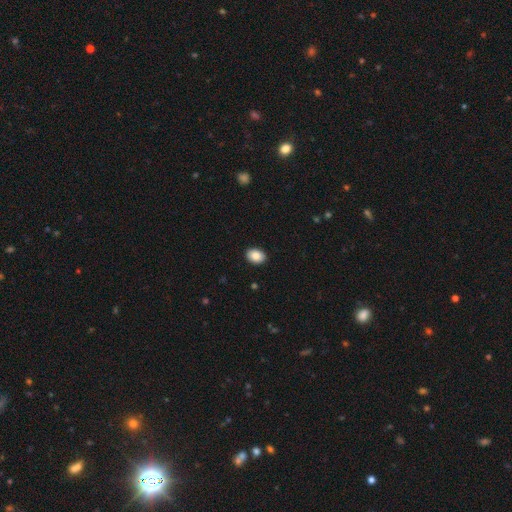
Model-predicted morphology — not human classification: This appears to be a smooth galaxy with no disk features (87%) that is in between round and cigar-shaped (72%). Merging: none (91%).